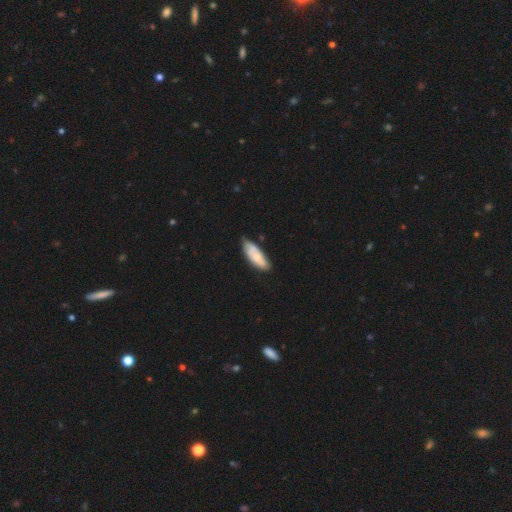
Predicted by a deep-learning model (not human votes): Overall: smooth (58%; featured or disk 36%). How rounded: in between (72%). Merging: none (65%; minor disturbance 27%).